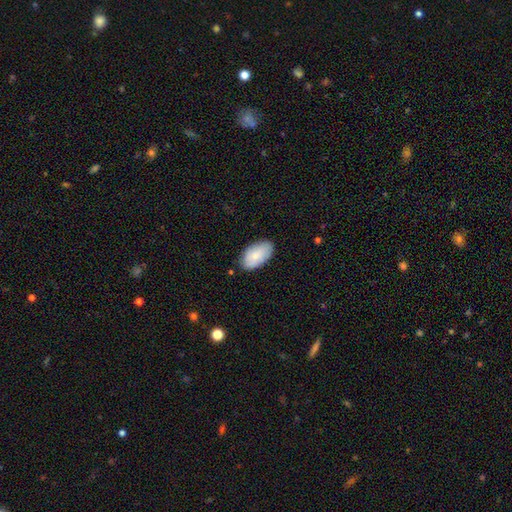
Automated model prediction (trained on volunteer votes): Overall: smooth (81%). How rounded: in between (95%). Merging: none (80%).